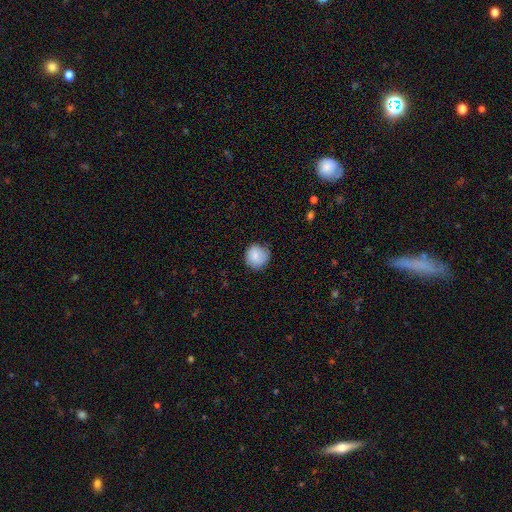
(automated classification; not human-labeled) Overall: smooth (86%). How rounded: round (91%). Merging: none (78%).